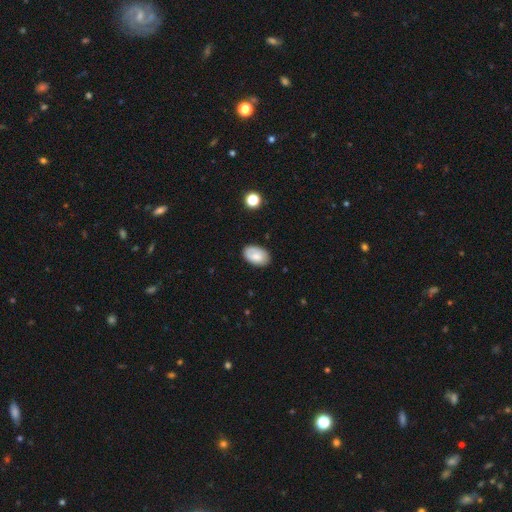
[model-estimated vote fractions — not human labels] Q: Smooth or featured?
A: smooth (78%); runner-up: featured or disk (15%)
Q: How rounded?
A: in between (93%); runner-up: round (6%)
Q: Merging?
A: none (80%); runner-up: minor disturbance (15%)